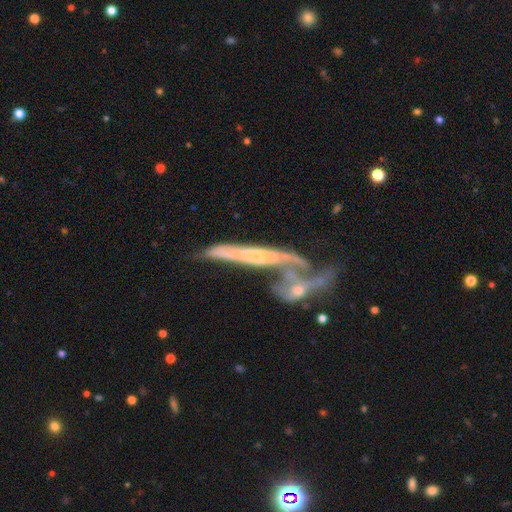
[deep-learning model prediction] A featured or disk galaxy (66%) viewed edge-on (52%). Merging: merger (55%).